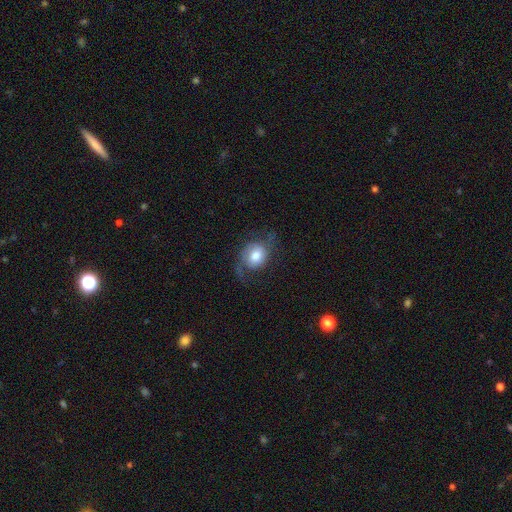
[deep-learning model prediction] Q: Smooth or featured?
A: featured or disk (47%); runner-up: smooth (44%)
Q: Merging?
A: none (52%); runner-up: major disturbance (24%)